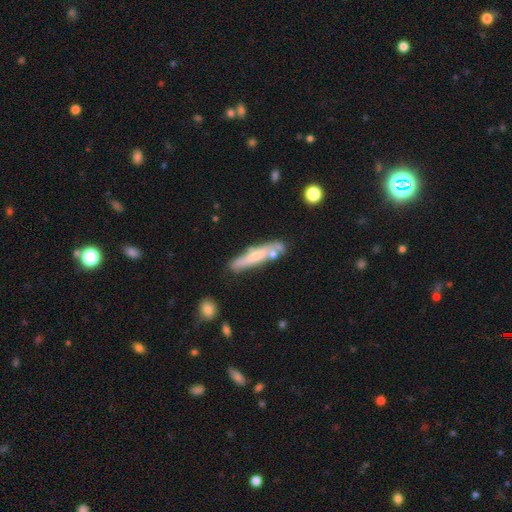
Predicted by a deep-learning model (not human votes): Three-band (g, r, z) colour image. It shows a smooth galaxy with no disk features (50%). Merging: none (60%).